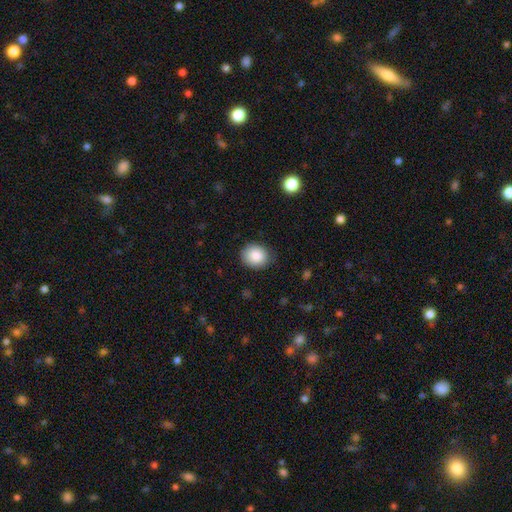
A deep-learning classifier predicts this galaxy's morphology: smooth_or_featured: smooth (p=0.86) [alt: star or artifact p=0.08]
how_rounded: round (p=0.68) [alt: in between p=0.31]
merging: none (p=0.82) [alt: minor disturbance p=0.14]